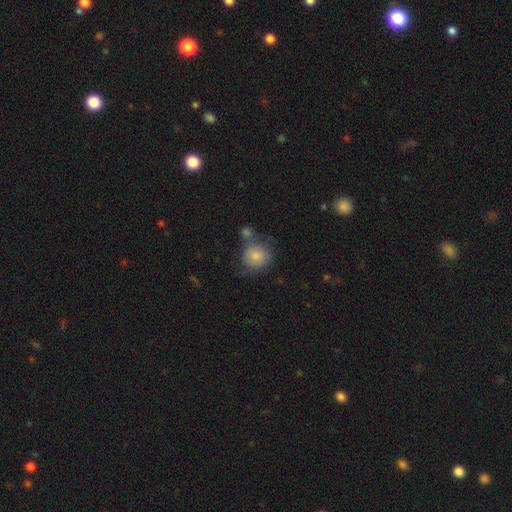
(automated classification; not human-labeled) A smooth galaxy with no disk features (79%) that is round (87%). Merging: none (51%).